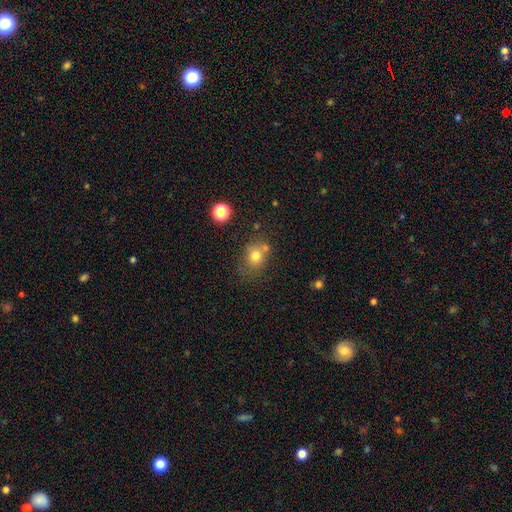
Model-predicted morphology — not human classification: Smooth or featured? smooth (75%)
How rounded? round (67%)
Merging? none (59%)